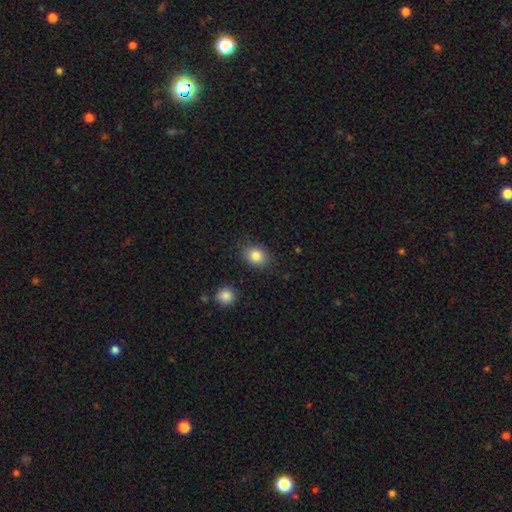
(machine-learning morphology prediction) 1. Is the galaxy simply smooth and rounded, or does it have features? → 84% smooth, 9% star or artifact, 6% featured or disk.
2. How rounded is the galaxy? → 50% round, 49% in between, 1% cigar-shaped.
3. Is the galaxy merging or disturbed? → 85% none, 10% minor disturbance, 3% major disturbance, 2% merger.